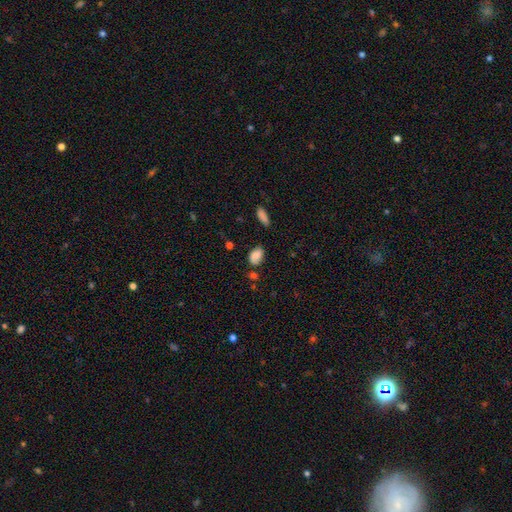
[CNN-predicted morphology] A smooth galaxy with no disk features (80%) that is in between round and cigar-shaped (86%).

Vote fractions:
- Smooth or featured? smooth: 80% / featured or disk: 11% / star or artifact: 9%
- How rounded? in between: 86% / round: 12% / cigar-shaped: 2%
- Merging? none: 59% / minor disturbance: 27% / major disturbance: 7% / merger: 7%